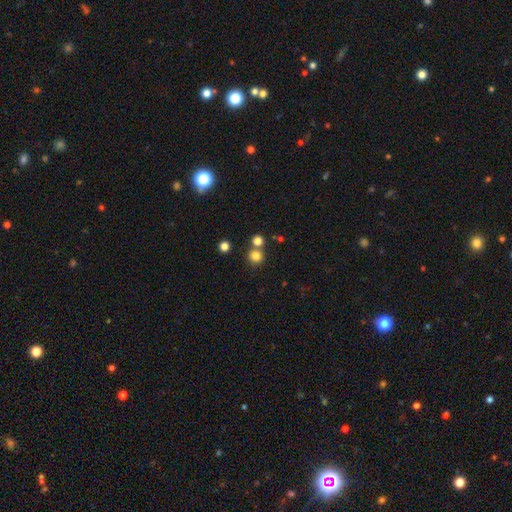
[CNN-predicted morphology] This appears to be a smooth galaxy with no disk features (80%) that is round (91%). Merging: none (68%).